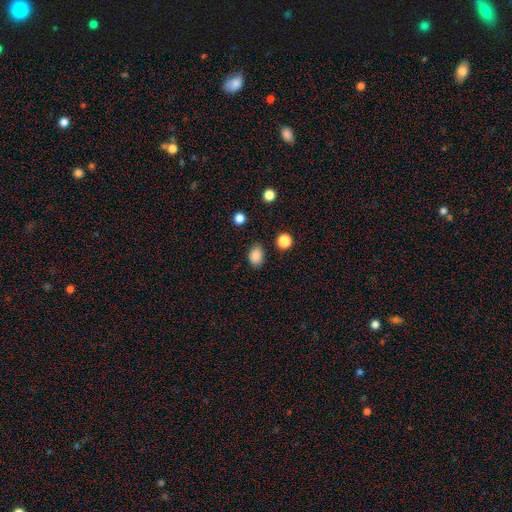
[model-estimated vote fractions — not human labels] smooth 86%, star or artifact 10%, featured or disk 4%. Down the decision tree: how rounded — in between (72%); merging — none (83%).